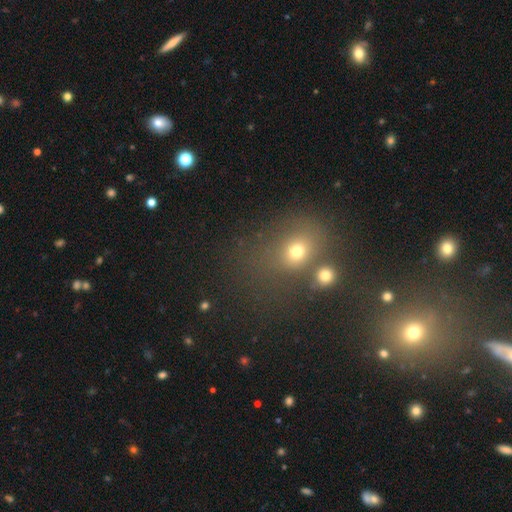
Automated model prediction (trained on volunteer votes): Smooth or featured? smooth (46%)
Merging? none (62%)